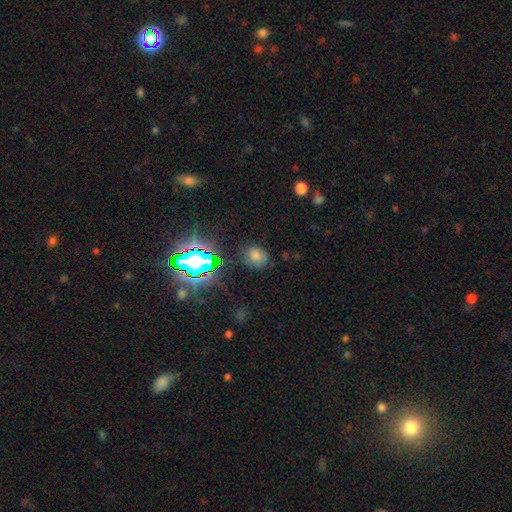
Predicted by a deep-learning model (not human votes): Overall: smooth (54%; star or artifact 35%). How rounded: round (72%). Merging: none (80%).